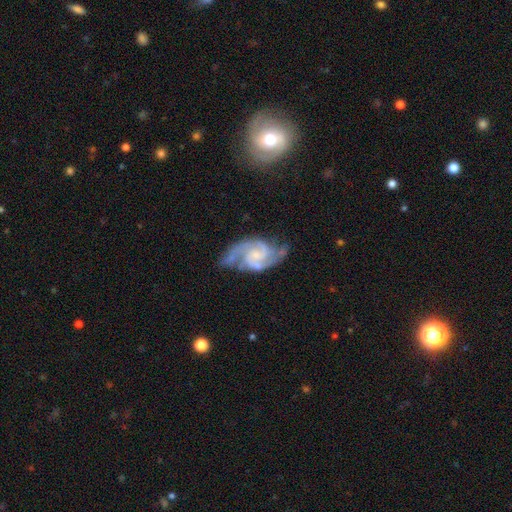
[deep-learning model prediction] This appears to be a featured or disk galaxy (92%) with no bar (47%), 2 (85%) medium (55%) spiral arms (98%) and a small central bulge (56%). Merging: none (67%).